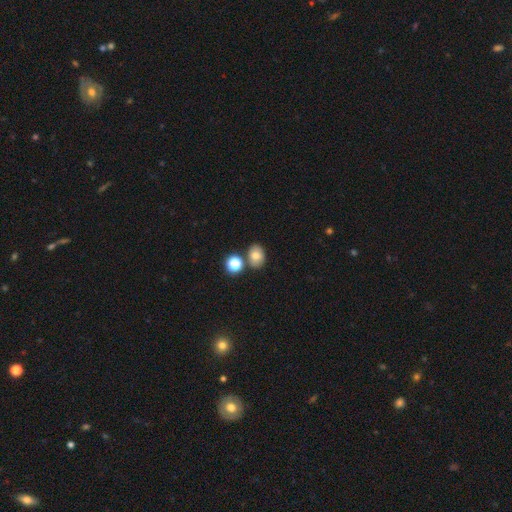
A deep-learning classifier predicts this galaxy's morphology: smooth 78%, star or artifact 13%, featured or disk 10%. Down the decision tree: how rounded — in between (62%); merging — none (74%).